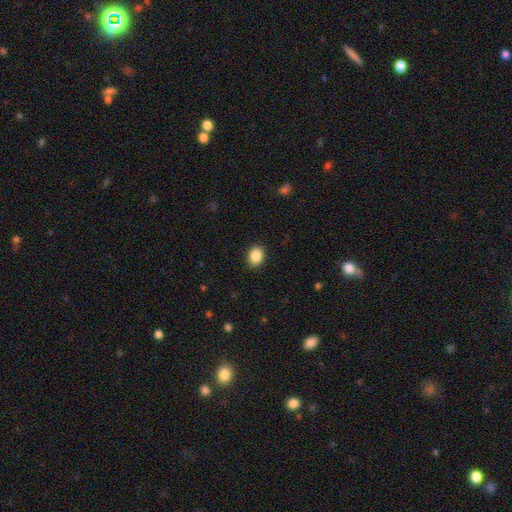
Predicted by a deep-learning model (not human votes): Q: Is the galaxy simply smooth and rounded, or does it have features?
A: smooth — 88%.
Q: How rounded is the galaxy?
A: in between — 66%.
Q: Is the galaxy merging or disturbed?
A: none — 90%.